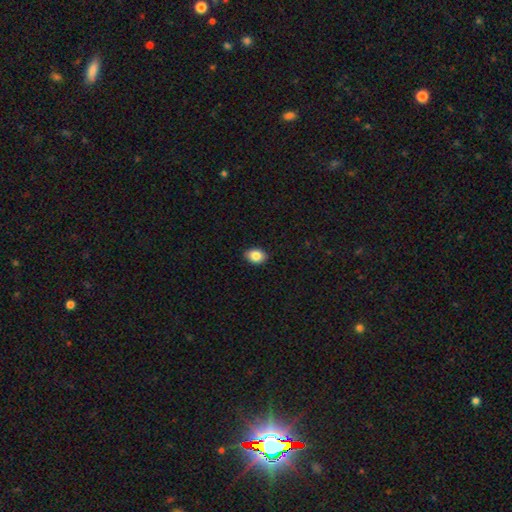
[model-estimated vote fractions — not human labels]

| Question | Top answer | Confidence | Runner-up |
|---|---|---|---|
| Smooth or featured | smooth | 86% | star or artifact (8%) |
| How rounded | in between | 69% | round (30%) |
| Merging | none | 90% | minor disturbance (7%) |